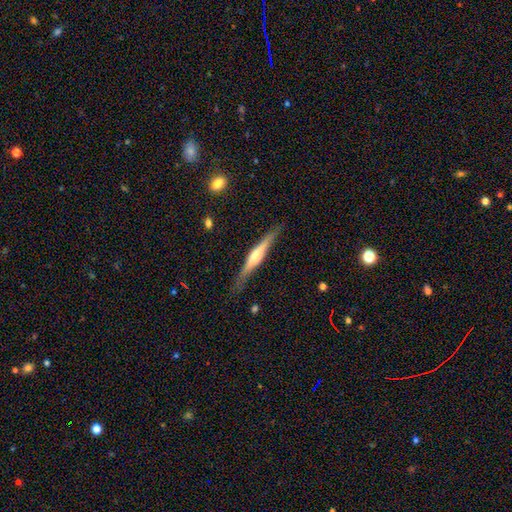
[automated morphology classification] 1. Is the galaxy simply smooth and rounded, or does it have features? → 66% featured or disk, 28% smooth, 6% star or artifact.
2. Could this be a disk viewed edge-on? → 96% yes, 4% no.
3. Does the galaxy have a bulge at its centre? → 78% rounded, 11% boxy, 10% none.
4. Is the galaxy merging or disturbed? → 83% none, 12% minor disturbance, 3% major disturbance, 1% merger.